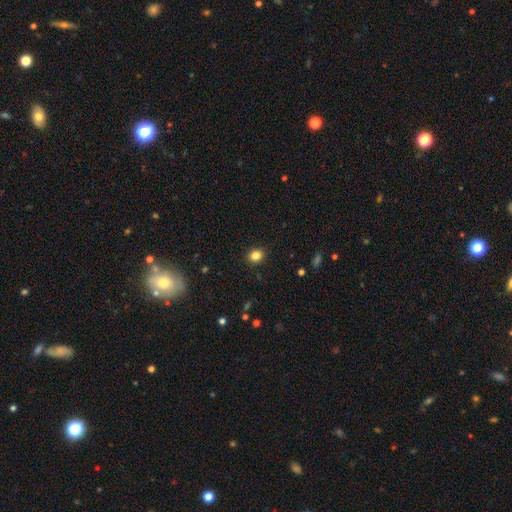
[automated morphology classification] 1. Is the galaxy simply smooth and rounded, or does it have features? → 83% smooth, 12% star or artifact, 5% featured or disk.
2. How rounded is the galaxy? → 71% round, 28% in between, 1% cigar-shaped.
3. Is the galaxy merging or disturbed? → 90% none, 7% minor disturbance, 2% major disturbance, 1% merger.